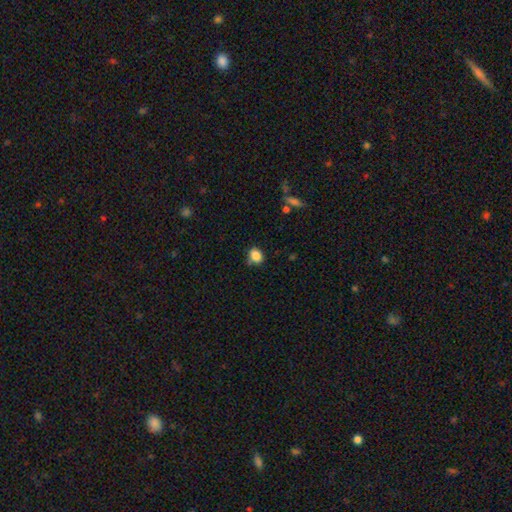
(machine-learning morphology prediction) type=smooth (86%); roundness=round (50%); merging=none (74%).